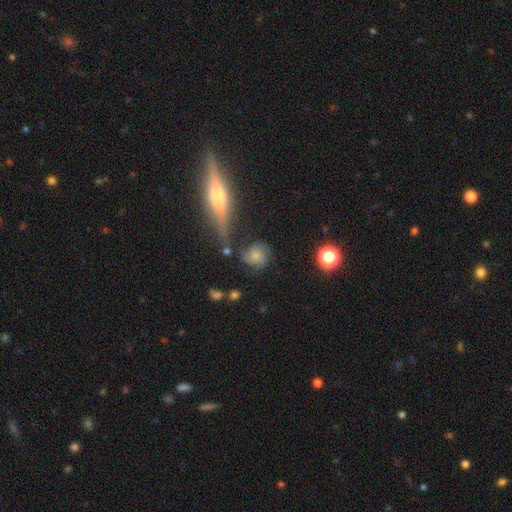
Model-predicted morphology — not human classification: A featured or disk galaxy (53%) with no bar (75%), spiral arms (88%) and a small central bulge (37%, tied with moderate). Merging: none (57%).